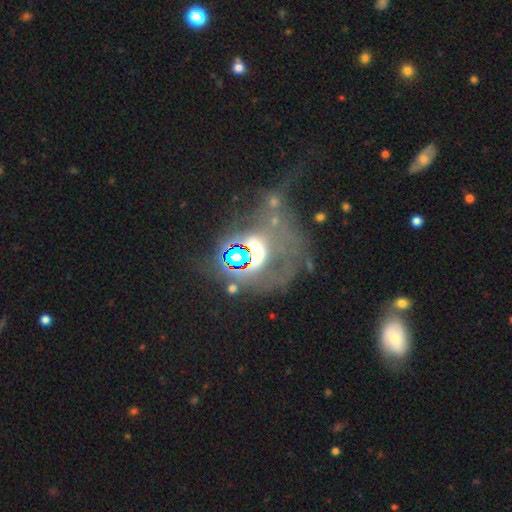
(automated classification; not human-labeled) Q: Smooth or featured?
A: star or artifact (47%); runner-up: featured or disk (34%)